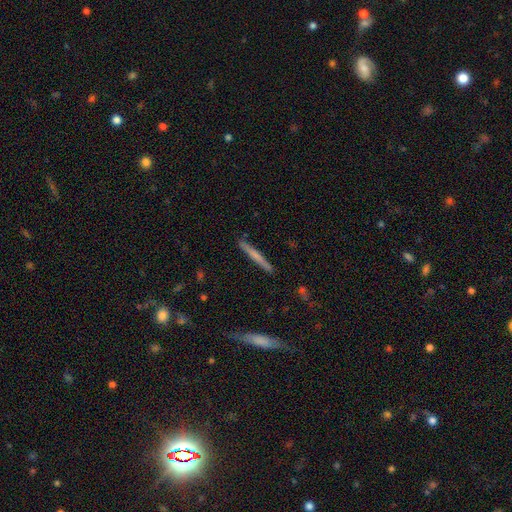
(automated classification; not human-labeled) Q: Smooth or featured?
A: smooth (54%); runner-up: featured or disk (41%)
Q: How rounded?
A: cigar-shaped (96%); runner-up: in between (3%)
Q: Merging?
A: none (89%); runner-up: minor disturbance (8%)